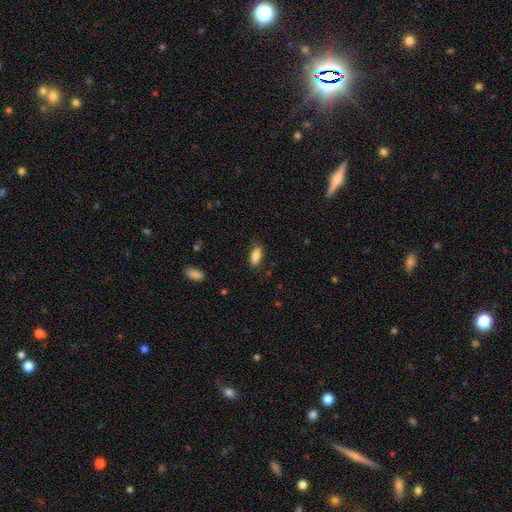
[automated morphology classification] This appears to be a smooth galaxy with no disk features (85%) that is in between round and cigar-shaped (82%). Merging: none (82%).